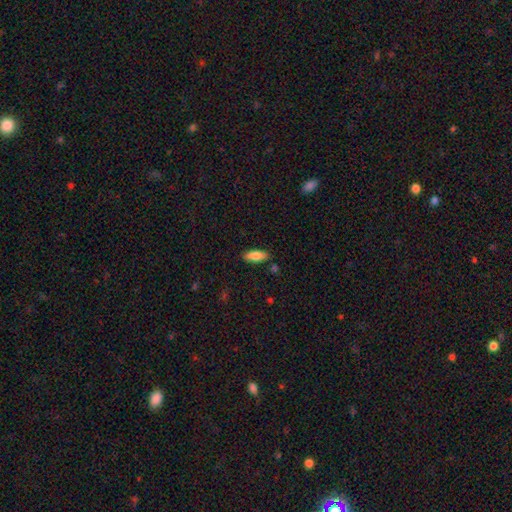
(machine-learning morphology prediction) smooth-or-featured: smooth: 83% | featured or disk: 10% | star or artifact: 6%
  how-rounded: in between: 74% | cigar-shaped: 24% | round: 2%
  merging: none: 85% | minor disturbance: 11% | merger: 2% | major disturbance: 2%